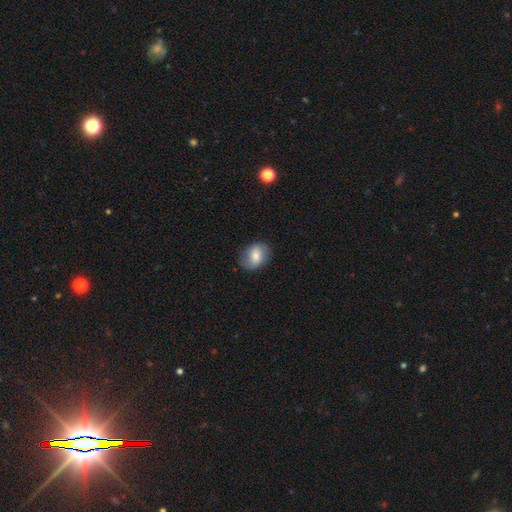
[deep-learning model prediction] smooth_or_featured: smooth (p=0.65) [alt: featured or disk p=0.27]
how_rounded: in between (p=0.62) [alt: round p=0.37]
merging: none (p=0.78) [alt: minor disturbance p=0.16]